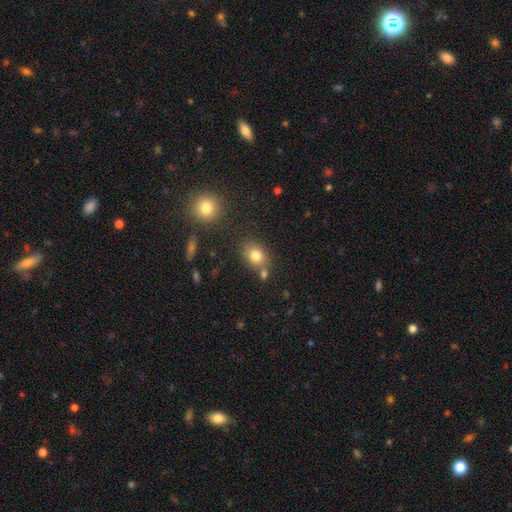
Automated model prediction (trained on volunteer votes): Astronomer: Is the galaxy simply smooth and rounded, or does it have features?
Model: smooth — 81%.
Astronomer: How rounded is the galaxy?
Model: in between — 55% (runner-up: round, 44%).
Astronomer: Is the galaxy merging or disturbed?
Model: none — 67%.